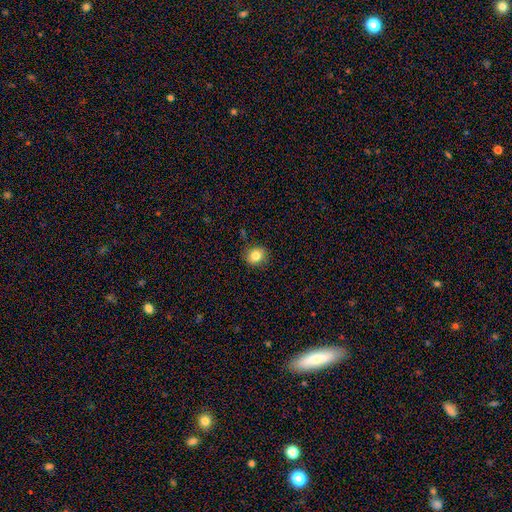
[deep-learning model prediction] Smooth or featured? smooth (83%)
How rounded? round (74%)
Merging? none (85%)